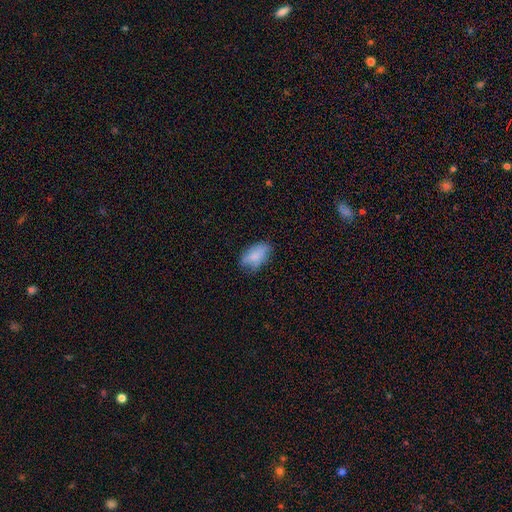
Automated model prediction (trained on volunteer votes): smooth-or-featured: smooth: 76% | featured or disk: 16% | star or artifact: 8%
  how-rounded: in between: 91% | cigar-shaped: 5% | round: 4%
  merging: none: 63% | minor disturbance: 28% | major disturbance: 8% | merger: 2%